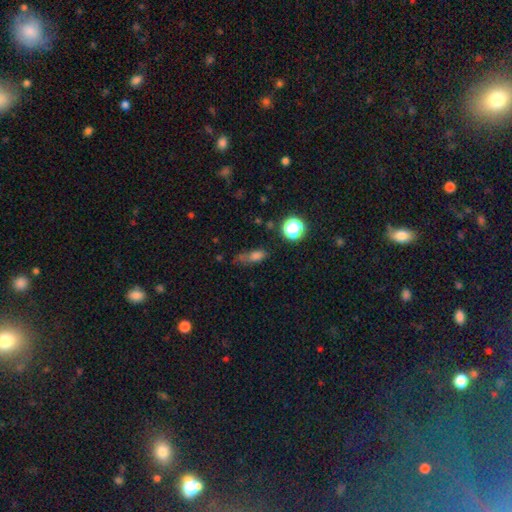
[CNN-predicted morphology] The model was most divided on "merging": none: 43%, minor disturbance: 29%, major disturbance: 19%, merger: 9%. More confident: smooth or featured — smooth (70%); how rounded — in between (60%).